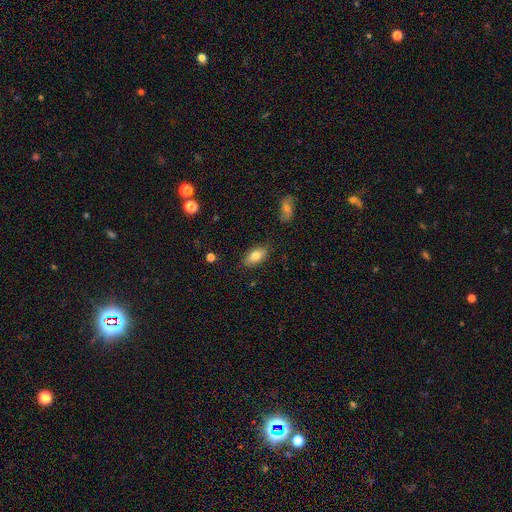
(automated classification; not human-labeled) Overall: smooth (78%). How rounded: in between (90%). Merging: none (85%).